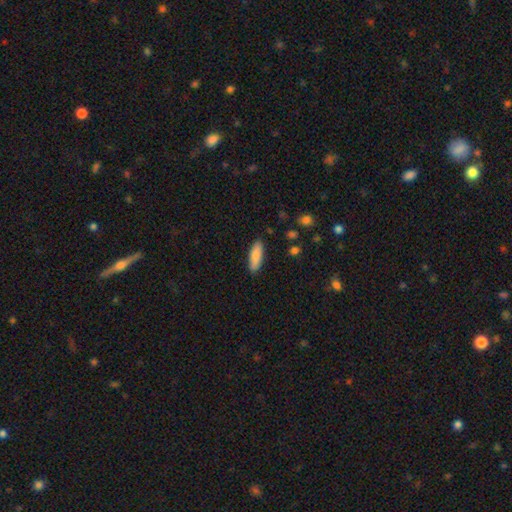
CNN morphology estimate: Overall: smooth (85%). How rounded: in between (50%; cigar-shaped 49%). Merging: none (88%).